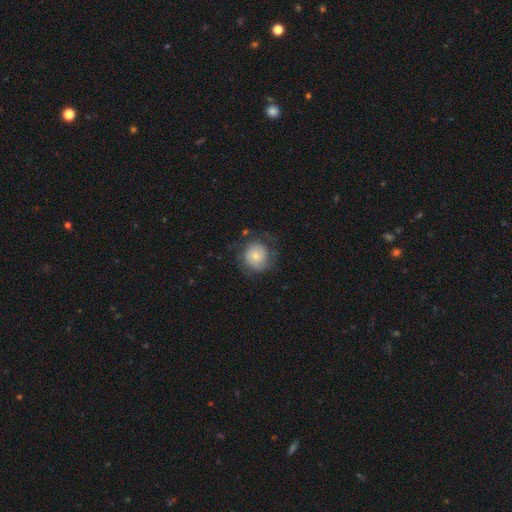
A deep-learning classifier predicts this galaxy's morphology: This appears to be a smooth galaxy with no disk features (51%) that is round (89%). Merging: none (63%).